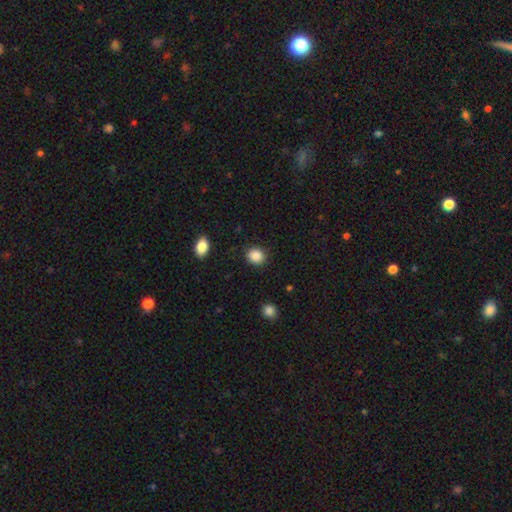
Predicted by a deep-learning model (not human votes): Q: Smooth or featured?
A: smooth (89%); runner-up: star or artifact (9%)
Q: How rounded?
A: round (79%); runner-up: in between (20%)
Q: Merging?
A: none (88%); runner-up: minor disturbance (8%)